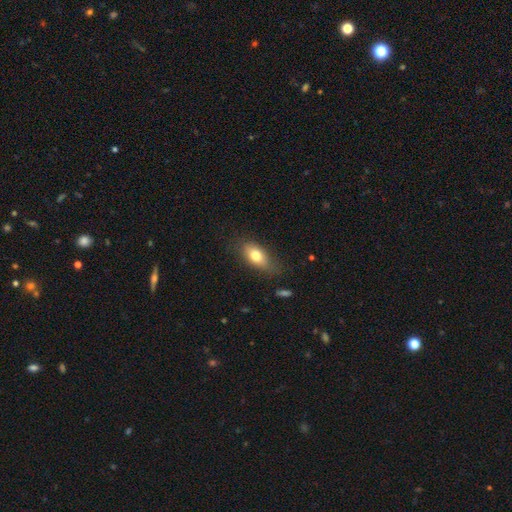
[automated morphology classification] A smooth galaxy with no disk features (75%) that is in between round and cigar-shaped (84%). Merging: none (72%).